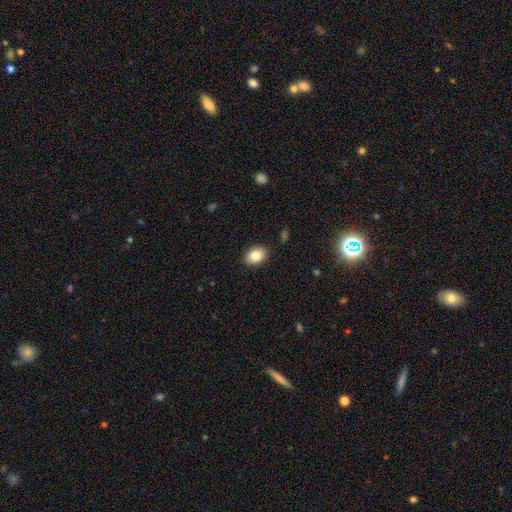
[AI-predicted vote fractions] Smooth or featured? smooth (84%)
How rounded? in between (78%)
Merging? none (88%)